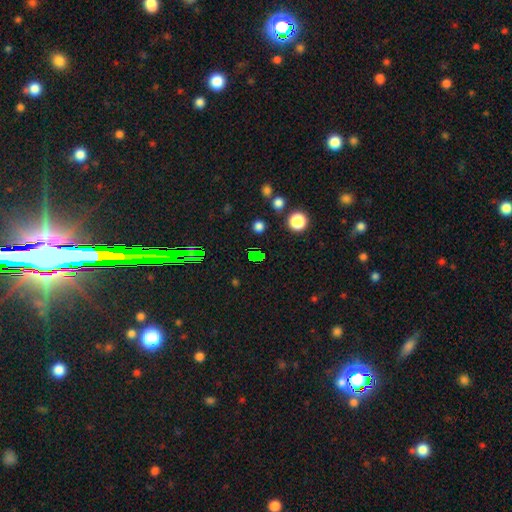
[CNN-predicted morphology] This is possibly a star or artifact rather than a galaxy (58%).